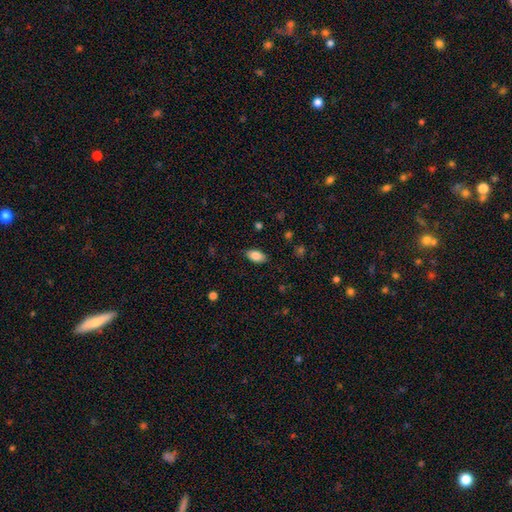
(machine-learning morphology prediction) Overall: smooth (86%). How rounded: in between (93%). Merging: none (85%).